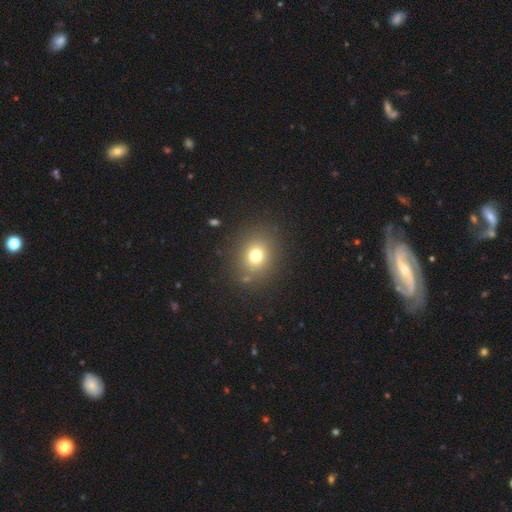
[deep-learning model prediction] A smooth galaxy with no disk features (74%) that is round (67%).

Vote fractions:
- Smooth or featured? smooth: 74% / star or artifact: 16% / featured or disk: 10%
- How rounded? round: 67% / in between: 32% / cigar-shaped: 1%
- Merging? none: 86% / minor disturbance: 8% / major disturbance: 4% / merger: 2%